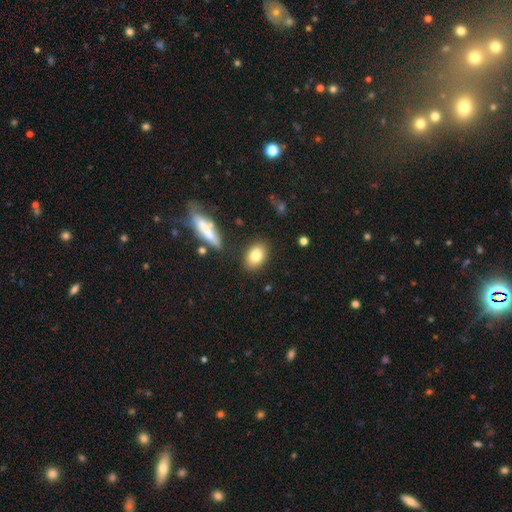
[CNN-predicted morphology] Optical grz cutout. It shows a smooth galaxy with no disk features (79%) that is in between round and cigar-shaped (78%). Merging: none (83%).